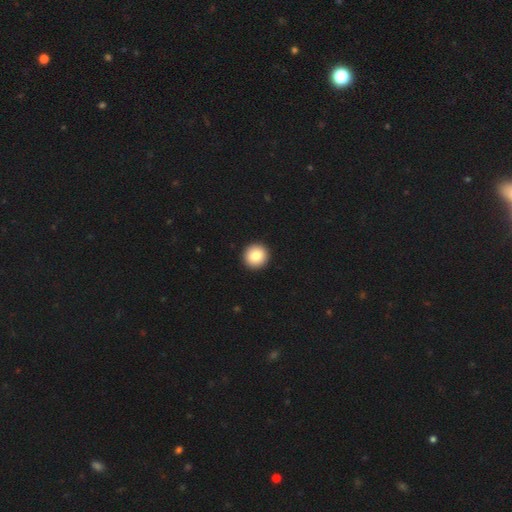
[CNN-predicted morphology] A smooth galaxy with no disk features (83%) that is round (95%). Merging: none (94%).